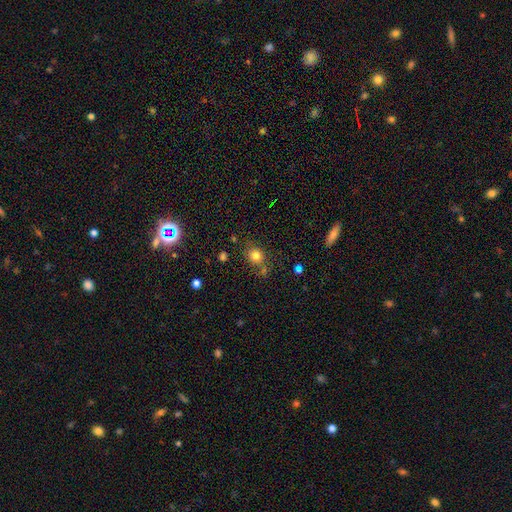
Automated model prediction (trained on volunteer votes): Morphology: type=smooth (80%); roundness=round (81%); merging=none (72%).